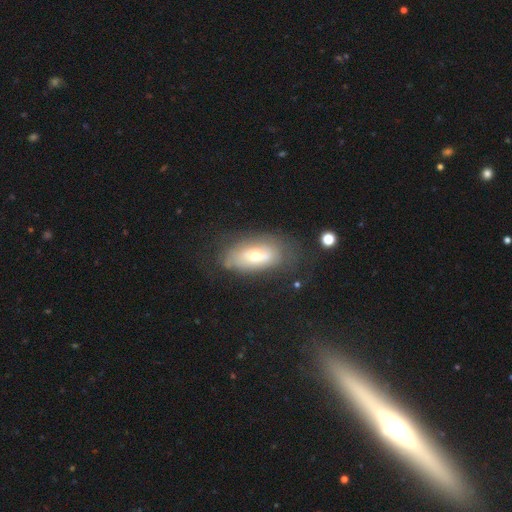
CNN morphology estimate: A featured or disk galaxy (47%).

Vote fractions:
- Smooth or featured? featured or disk: 47% / smooth: 46% / star or artifact: 8%
- Merging? none: 60% / minor disturbance: 22% / major disturbance: 14% / merger: 4%